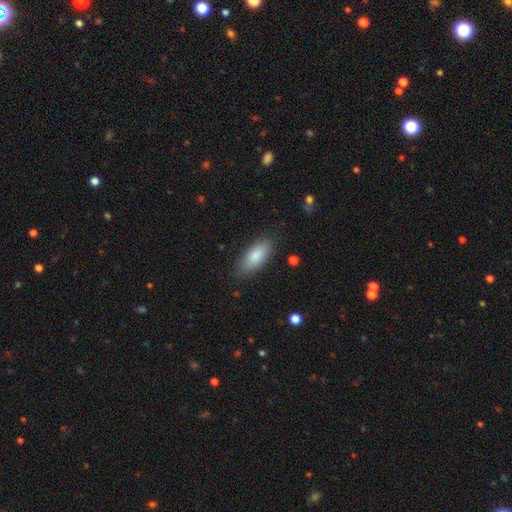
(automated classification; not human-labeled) Smooth or featured?
  - smooth: 84% *
  - featured or disk: 10%
  - star or artifact: 6%
How rounded?
  - in between: 83% *
  - cigar-shaped: 15%
  - round: 2%
Merging?
  - none: 81% *
  - minor disturbance: 14%
  - major disturbance: 3%
  - merger: 1%